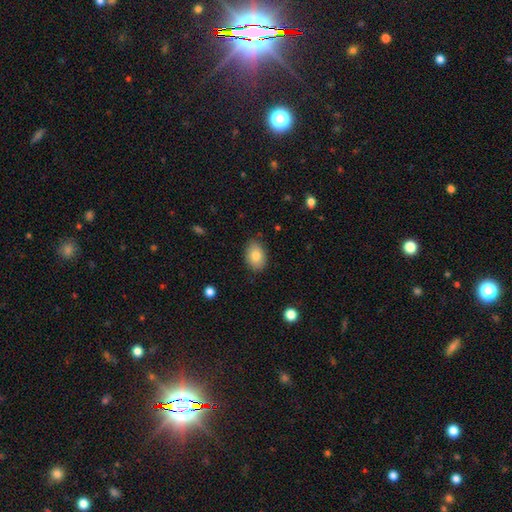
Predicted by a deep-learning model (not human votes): This is clearly a smooth galaxy (82%). How rounded: clearly in between (83%). Merging: clearly none (86%).